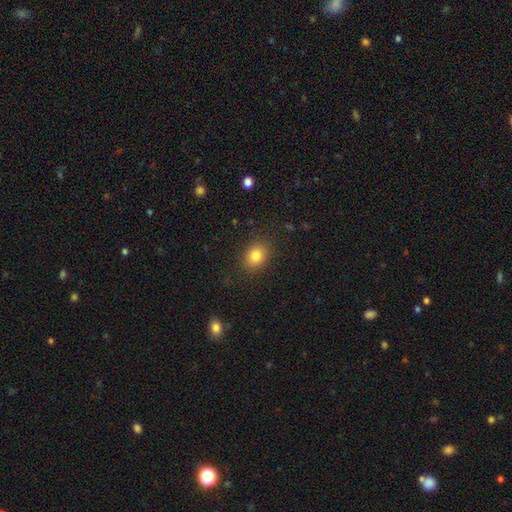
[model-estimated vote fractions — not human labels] Q: Smooth or featured?
A: smooth (82%); runner-up: star or artifact (10%)
Q: How rounded?
A: in between (51%); runner-up: round (48%)
Q: Merging?
A: none (86%); runner-up: minor disturbance (10%)